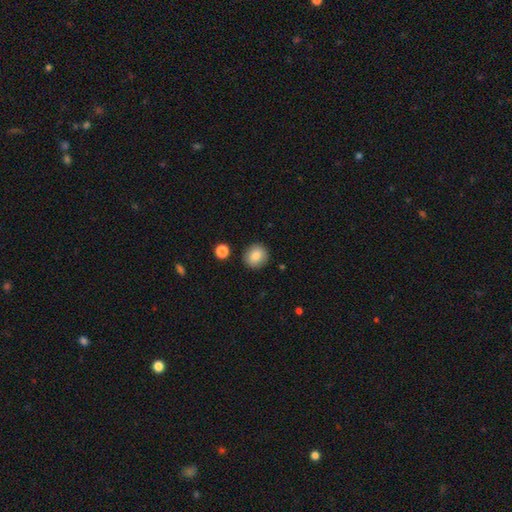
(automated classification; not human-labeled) A smooth galaxy with no disk features (85%) that is round (86%). Merging: none (89%).